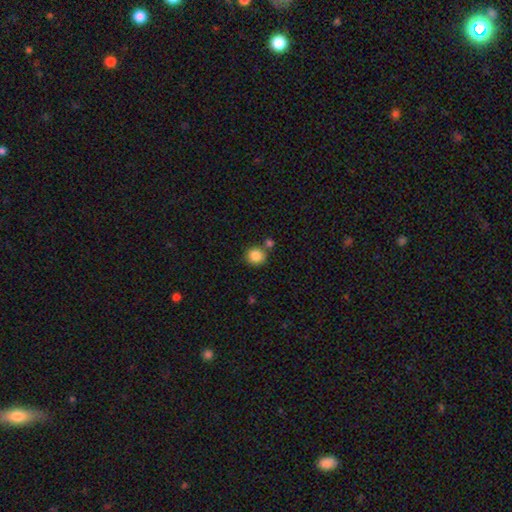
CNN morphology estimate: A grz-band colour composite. It shows a smooth galaxy with no disk features (86%) that is round (88%). Merging: none (70%).